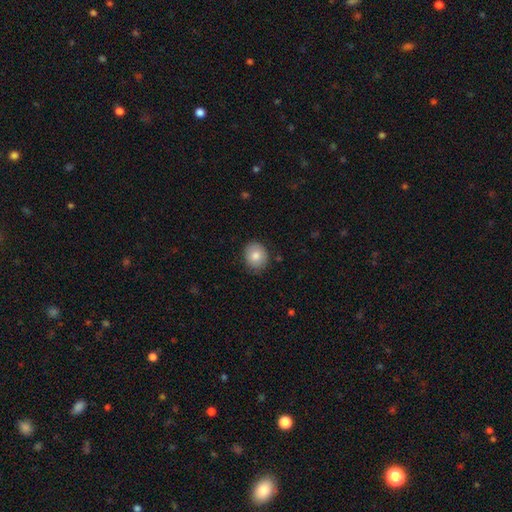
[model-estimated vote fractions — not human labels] smooth_or_featured: smooth (p=0.81) [alt: featured or disk p=0.11]
how_rounded: round (p=0.73) [alt: in between p=0.27]
merging: none (p=0.83) [alt: minor disturbance p=0.13]